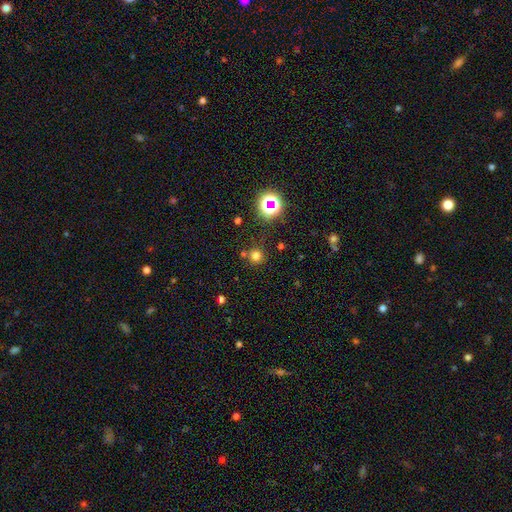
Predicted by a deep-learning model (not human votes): A smooth galaxy with no disk features (70%) that is round (94%). Merging: none (80%).